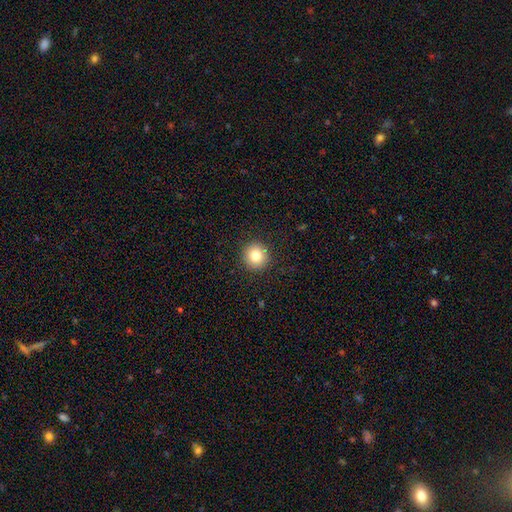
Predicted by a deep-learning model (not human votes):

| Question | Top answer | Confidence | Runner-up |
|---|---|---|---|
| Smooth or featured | smooth | 81% | star or artifact (11%) |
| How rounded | round | 94% | in between (5%) |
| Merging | none | 91% | minor disturbance (6%) |